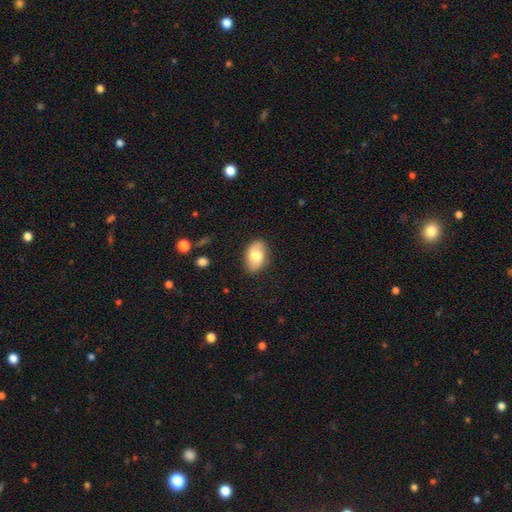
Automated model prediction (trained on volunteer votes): Overall: smooth (61%; featured or disk 32%). How rounded: in between (88%). Merging: none (81%).